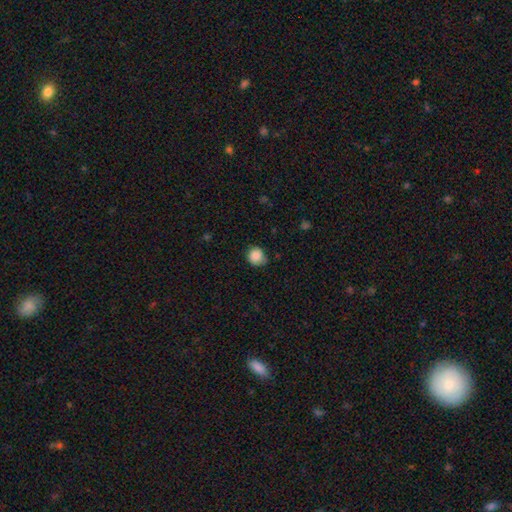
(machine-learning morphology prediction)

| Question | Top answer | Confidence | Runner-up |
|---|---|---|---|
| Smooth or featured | smooth | 86% | star or artifact (9%) |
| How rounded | round | 86% | in between (13%) |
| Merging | none | 69% | minor disturbance (26%) |